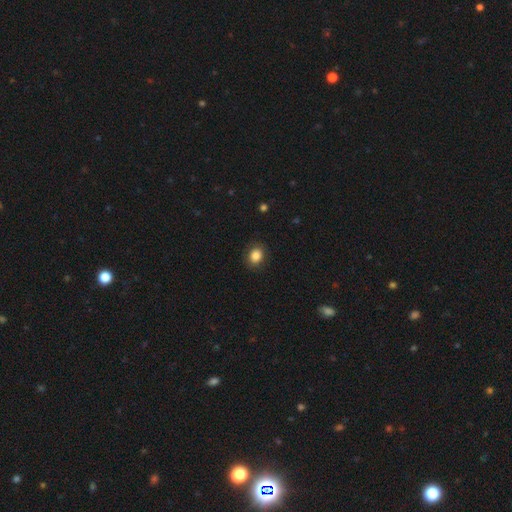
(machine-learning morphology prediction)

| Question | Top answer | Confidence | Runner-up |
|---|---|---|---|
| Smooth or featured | smooth | 84% | star or artifact (10%) |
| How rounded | round | 56% | in between (44%) |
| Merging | none | 87% | minor disturbance (10%) |